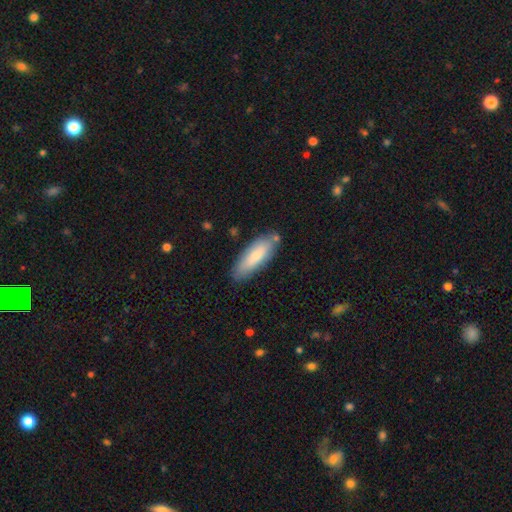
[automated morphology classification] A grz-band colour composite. It shows a smooth galaxy with no disk features (76%) that is in between round and cigar-shaped (58%). Merging: none (78%).